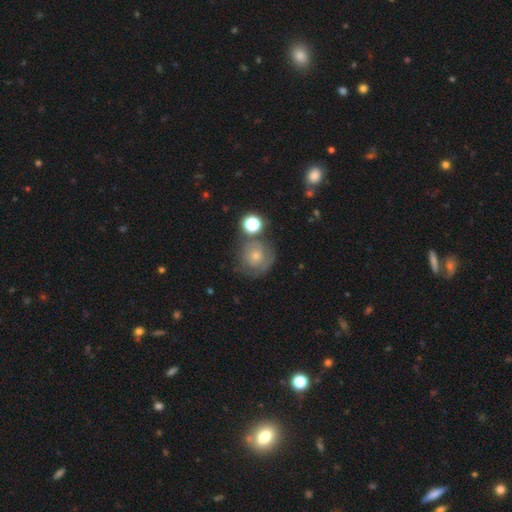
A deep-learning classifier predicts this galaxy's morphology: smooth-or-featured: smooth: 50% | featured or disk: 38% | star or artifact: 12%
  how-rounded: round: 89% | in between: 10% | cigar-shaped: 1%
  merging: none: 57% | minor disturbance: 20% | merger: 12% | major disturbance: 11%